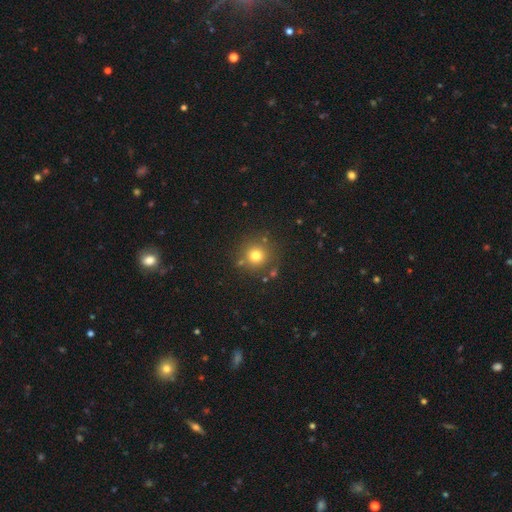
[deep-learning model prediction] Smooth or featured?
  - smooth: 75% *
  - star or artifact: 16%
  - featured or disk: 9%
How rounded?
  - round: 94% *
  - in between: 5%
  - cigar-shaped: 1%
Merging?
  - none: 82% *
  - minor disturbance: 9%
  - merger: 6%
  - major disturbance: 3%